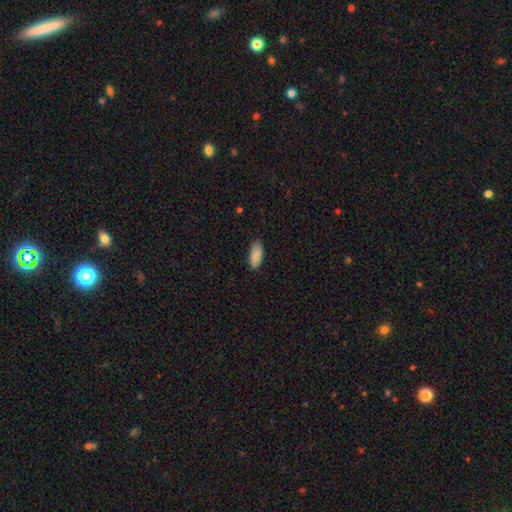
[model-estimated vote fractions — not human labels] Smooth or featured? Predicted: smooth (p=0.90). How rounded? Predicted: in between (p=0.85). Merging? Predicted: none (p=0.85).